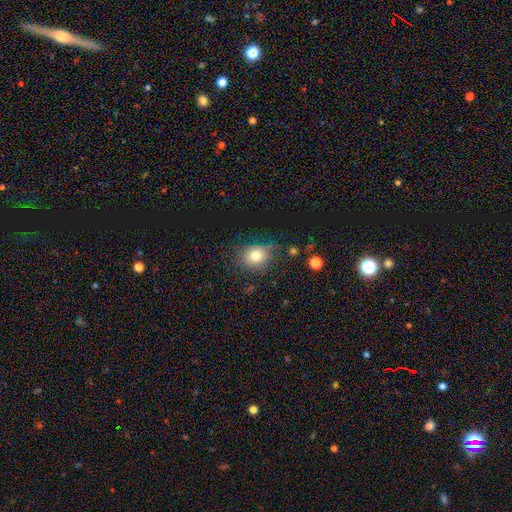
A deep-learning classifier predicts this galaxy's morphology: Smooth or featured: smooth — 75% (star or artifact — 15%)
How rounded: round — 59% (in between — 40%)
Merging: none — 71% (minor disturbance — 21%)